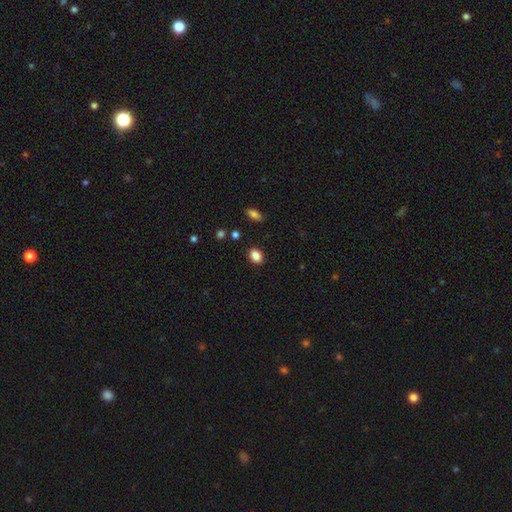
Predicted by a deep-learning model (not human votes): A smooth galaxy with no disk features (85%) that is in between round and cigar-shaped (68%).

Vote fractions:
- Smooth or featured? smooth: 85% / star or artifact: 10% / featured or disk: 6%
- How rounded? in between: 68% / round: 31% / cigar-shaped: 1%
- Merging? none: 88% / minor disturbance: 8% / major disturbance: 2% / merger: 2%